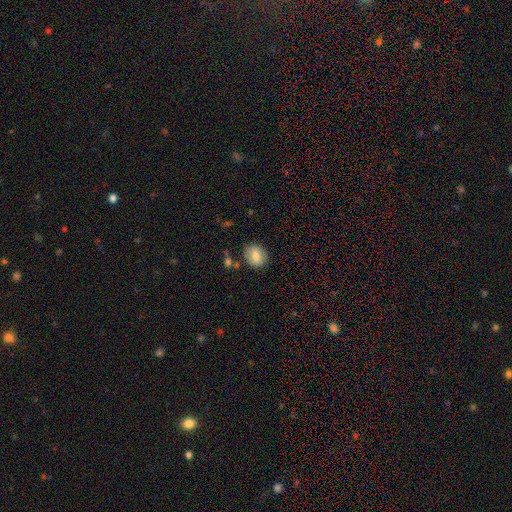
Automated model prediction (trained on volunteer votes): smooth-or-featured: smooth: 78% | featured or disk: 14% | star or artifact: 8%
  how-rounded: in between: 51% | round: 48% | cigar-shaped: 1%
  merging: none: 82% | minor disturbance: 12% | merger: 3% | major disturbance: 3%